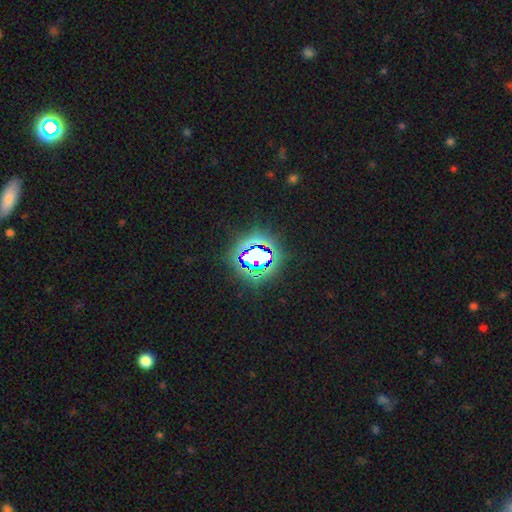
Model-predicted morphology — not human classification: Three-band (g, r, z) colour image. It shows a star or artifact, not a galaxy (74%).